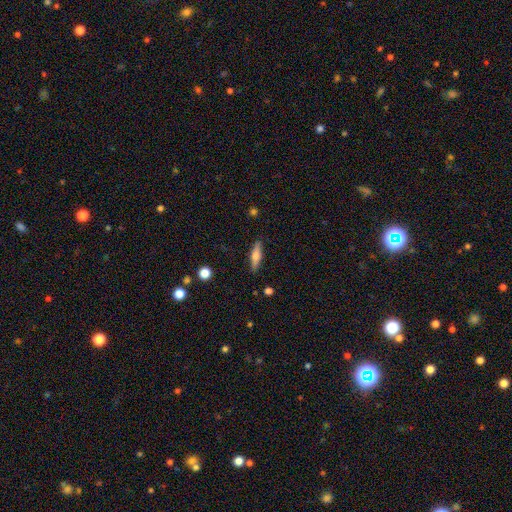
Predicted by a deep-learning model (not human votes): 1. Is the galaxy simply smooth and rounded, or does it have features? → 54% smooth, 40% featured or disk, 7% star or artifact.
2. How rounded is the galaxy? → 69% cigar-shaped, 29% in between, 3% round.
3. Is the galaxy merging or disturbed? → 88% none, 9% minor disturbance, 2% major disturbance, 1% merger.